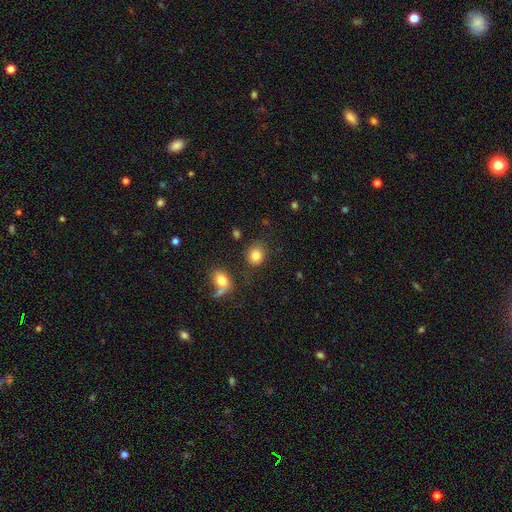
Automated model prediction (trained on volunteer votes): smooth_or_featured: smooth (p=0.83) [alt: star or artifact p=0.10]
how_rounded: round (p=0.68) [alt: in between p=0.31]
merging: none (p=0.75) [alt: minor disturbance p=0.12]